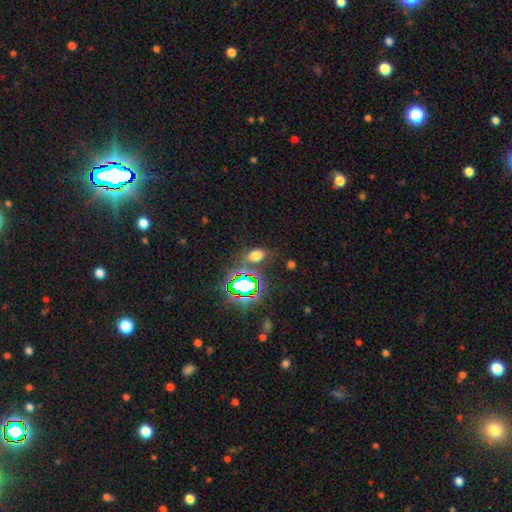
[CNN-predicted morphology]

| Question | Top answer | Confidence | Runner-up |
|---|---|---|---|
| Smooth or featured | smooth | 60% | star or artifact (32%) |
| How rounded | in between | 79% | round (19%) |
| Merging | none | 74% | minor disturbance (13%) |